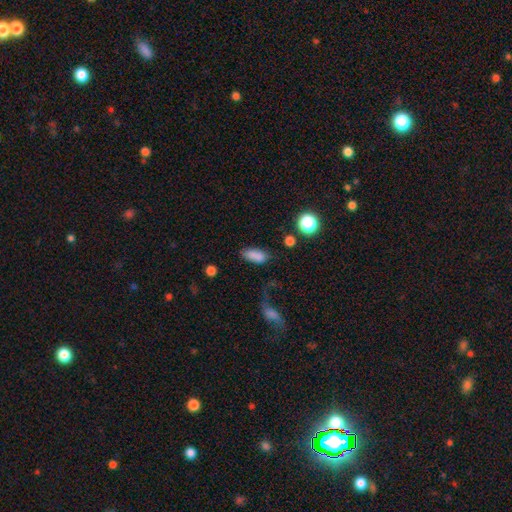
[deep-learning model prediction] smooth-or-featured: smooth: 83% | star or artifact: 10% | featured or disk: 7%
  how-rounded: in between: 87% | cigar-shaped: 9% | round: 4%
  merging: none: 63% | minor disturbance: 20% | major disturbance: 10% | merger: 7%